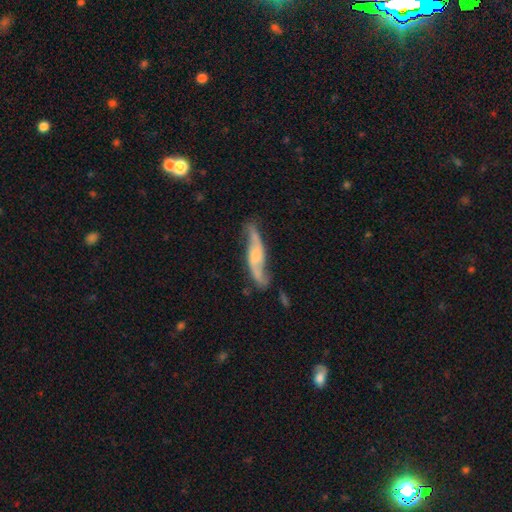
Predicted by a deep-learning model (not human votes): featured or disk 83%, smooth 11%, star or artifact 6%. Down the decision tree: edge-on disk — no (71%); bar — no (53%); spiral arms — yes (95%); spiral arm count — 2 (91%); spiral winding — loose (65%); bulge size — moderate (45%); merging — none (75%).